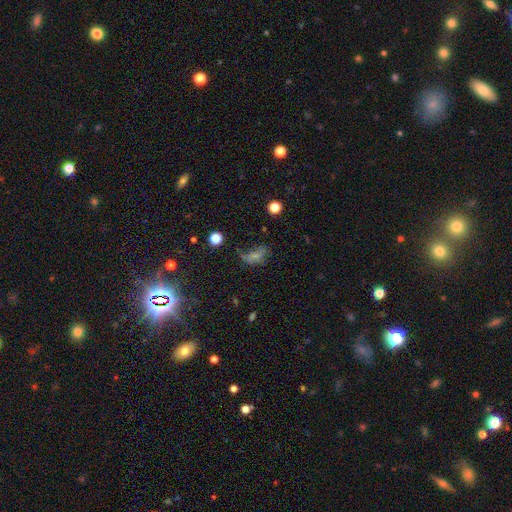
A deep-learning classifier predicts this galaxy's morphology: This appears to be a smooth galaxy with no disk features (37%). Merging: none (36%).